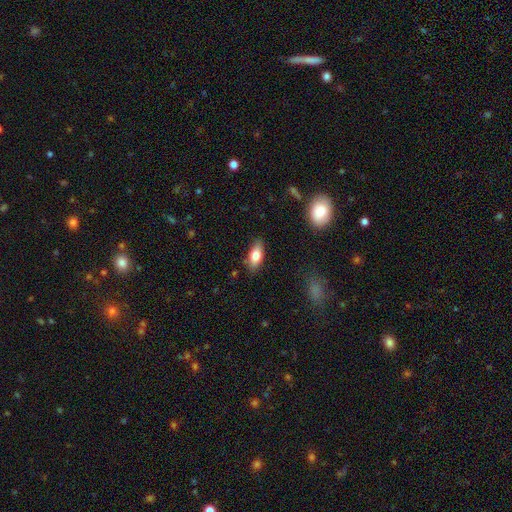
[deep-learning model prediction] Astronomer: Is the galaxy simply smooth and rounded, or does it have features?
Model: smooth — 79%.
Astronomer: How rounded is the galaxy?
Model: in between — 84%.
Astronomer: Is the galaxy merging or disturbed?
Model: none — 83%.